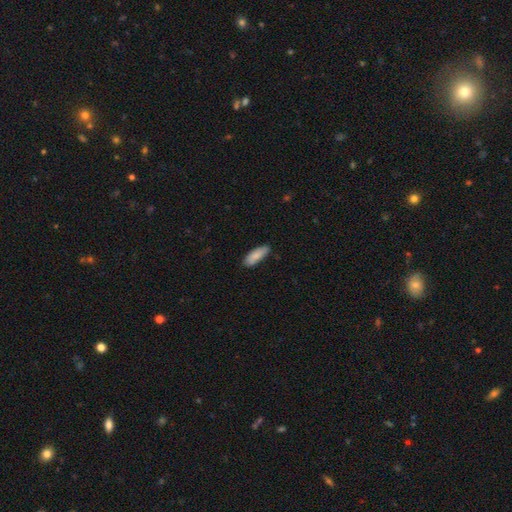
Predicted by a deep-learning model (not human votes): This appears to be a smooth galaxy with no disk features (85%) that is in between round and cigar-shaped (64%). Merging: none (80%).